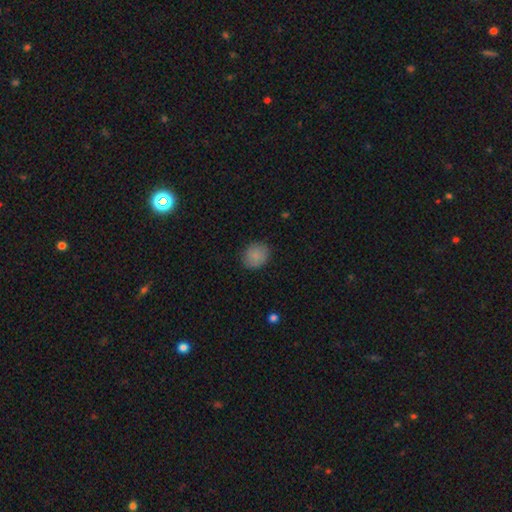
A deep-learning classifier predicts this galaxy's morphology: A smooth galaxy with no disk features (85%) that is round (67%). Merging: none (86%).